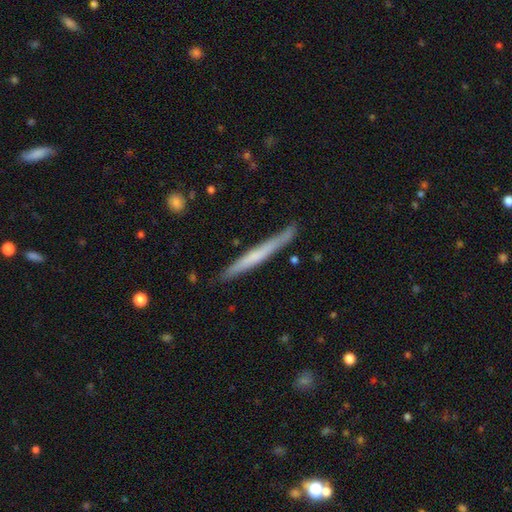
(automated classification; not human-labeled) Smooth or featured? smooth (49%)
Merging? none (86%)